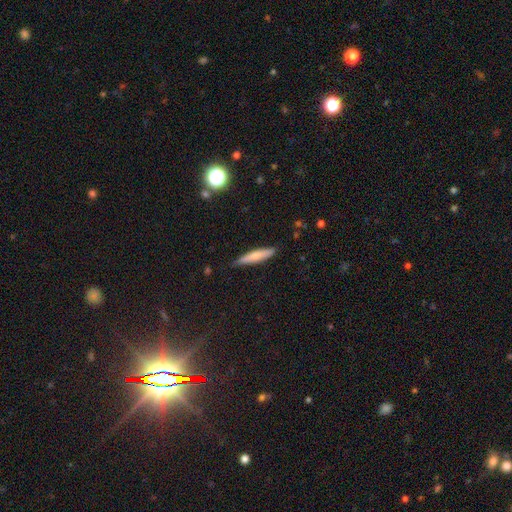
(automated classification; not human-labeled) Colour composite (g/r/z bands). It shows a smooth galaxy with no disk features (70%) that is cigar-shaped (88%). Merging: none (84%).